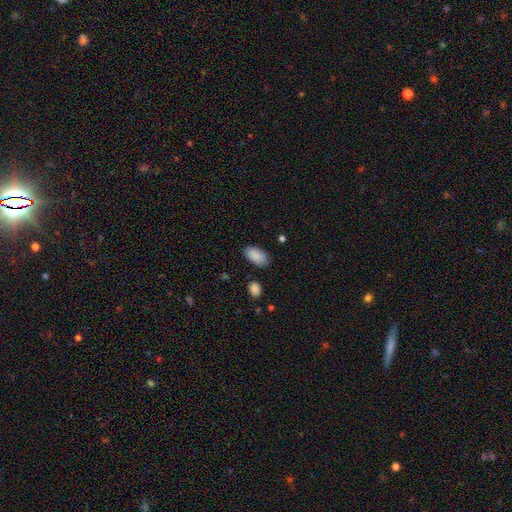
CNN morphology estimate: A smooth galaxy with no disk features (90%) that is in between round and cigar-shaped (95%). Merging: none (84%).